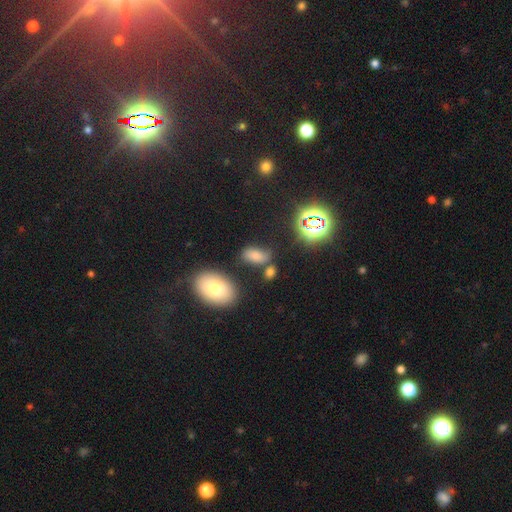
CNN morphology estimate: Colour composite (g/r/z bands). It shows a smooth galaxy with no disk features (66%) that is in between round and cigar-shaped (89%). Merging: none (61%).